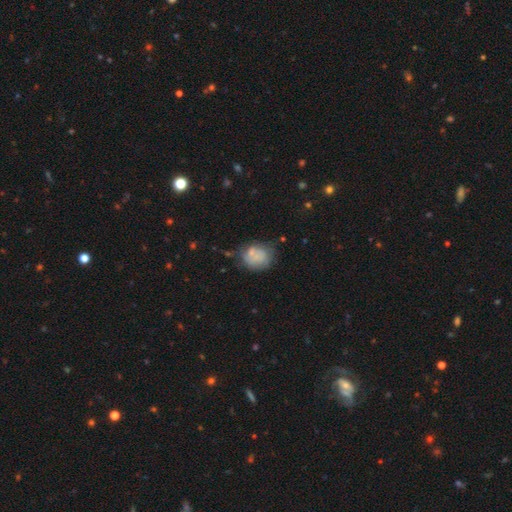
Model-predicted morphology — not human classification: This appears to be a smooth galaxy with no disk features (63%) that is round (60%). Merging: none (45%).